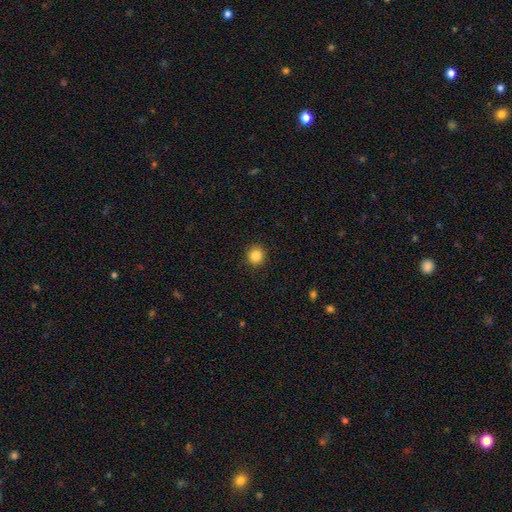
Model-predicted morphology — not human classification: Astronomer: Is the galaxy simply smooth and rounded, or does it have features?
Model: smooth — 86%.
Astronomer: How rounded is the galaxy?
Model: round — 91%.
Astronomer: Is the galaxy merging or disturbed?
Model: none — 91%.